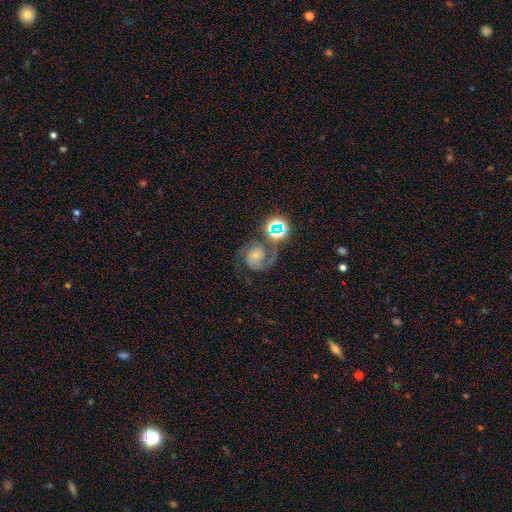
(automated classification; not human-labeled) smooth-or-featured: featured or disk: 73% | smooth: 14% | star or artifact: 13%
  disk-edge-on: no: 98% | yes: 2%
    bar: no: 70% | weak: 23% | strong: 7%
    has-spiral-arms: yes: 95% | no: 5%
      spiral-winding: medium: 52% | tight: 31% | loose: 17%
      spiral-arm-count: 2: 80% | 1: 8% | can't tell: 6% | 3: 4% | 4: 1% | more than 4: 1%
    bulge-size: small: 64% | moderate: 21% | none: 9% | large: 4% | dominant: 2%
  merging: none: 54% | minor disturbance: 18% | major disturbance: 16% | merger: 13%